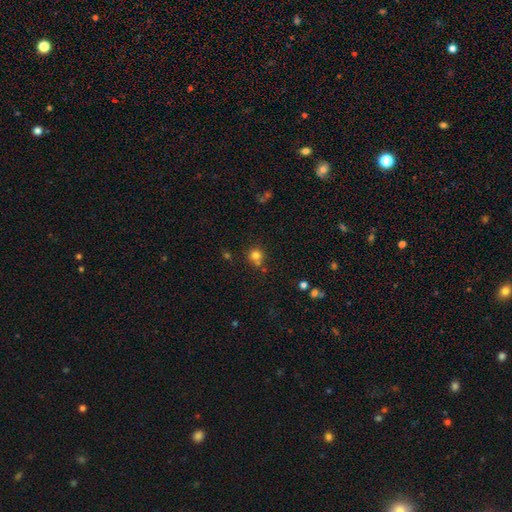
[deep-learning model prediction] Smooth or featured? smooth (80%)
How rounded? round (91%)
Merging? none (67%)